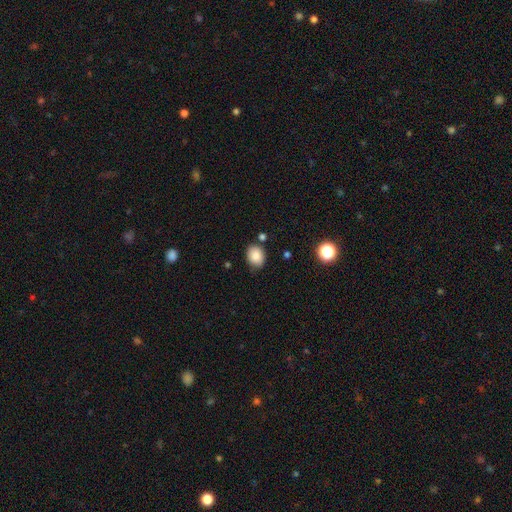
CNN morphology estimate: Smooth or featured?
  - smooth: 86% *
  - star or artifact: 9%
  - featured or disk: 5%
How rounded?
  - in between: 56% *
  - round: 43%
  - cigar-shaped: 1%
Merging?
  - none: 77% *
  - minor disturbance: 15%
  - merger: 5%
  - major disturbance: 3%